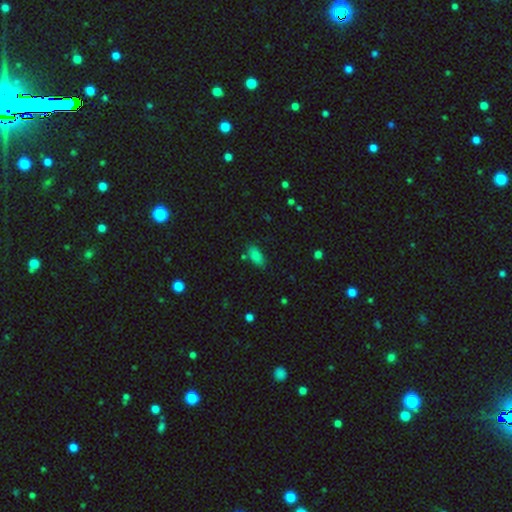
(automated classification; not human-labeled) Smooth or featured? smooth (82%)
How rounded? in between (86%)
Merging? none (78%)